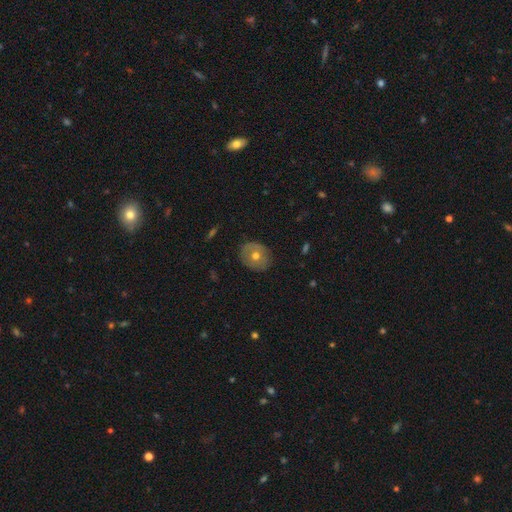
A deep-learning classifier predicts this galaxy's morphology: Smooth or featured? smooth (53%)
How rounded? round (71%)
Merging? none (84%)